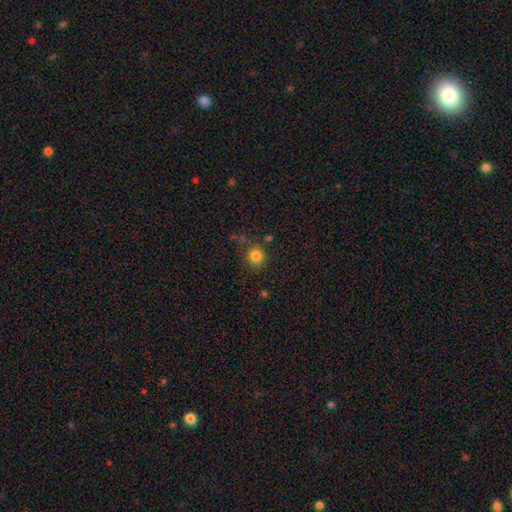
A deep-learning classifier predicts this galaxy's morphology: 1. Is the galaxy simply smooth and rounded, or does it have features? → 82% smooth, 12% star or artifact, 6% featured or disk.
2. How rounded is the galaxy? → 86% round, 13% in between, 1% cigar-shaped.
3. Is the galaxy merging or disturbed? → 76% none, 14% minor disturbance, 5% merger, 5% major disturbance.